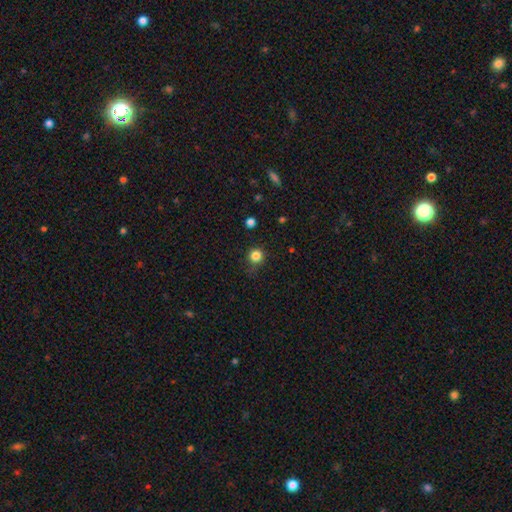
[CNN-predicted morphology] This appears to be a smooth galaxy with no disk features (82%) that is round (93%). Merging: none (79%).